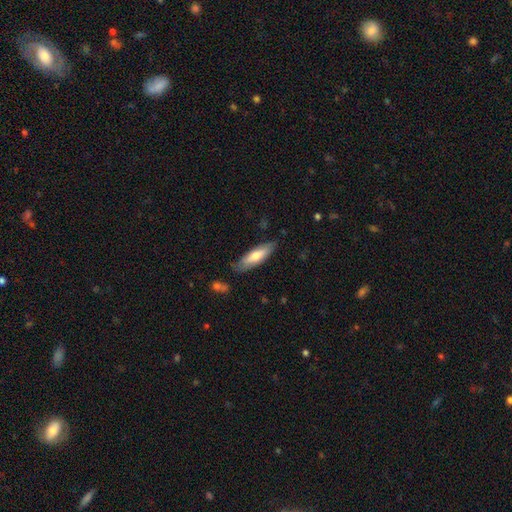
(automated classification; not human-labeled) smooth 63%, featured or disk 32%, star or artifact 6%. Down the decision tree: how rounded — cigar-shaped (55%); merging — none (77%).